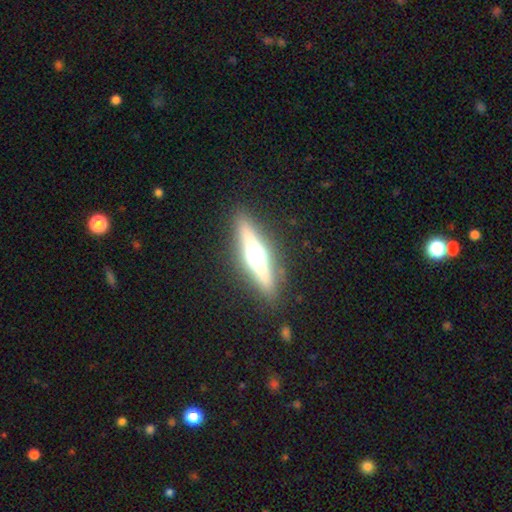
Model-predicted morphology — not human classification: A featured or disk galaxy (67%) viewed edge-on (95%) with a rounded central bulge (93%). Merging: none (88%).